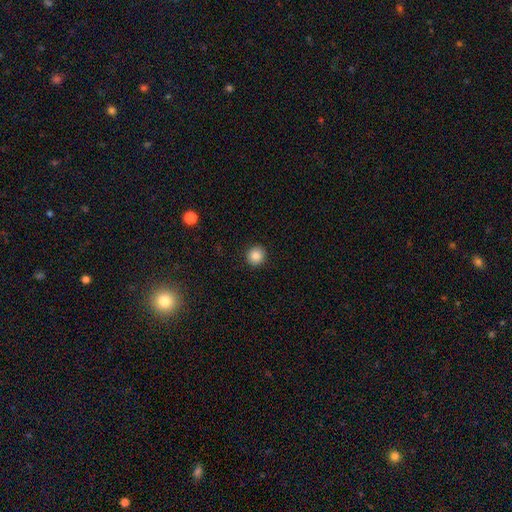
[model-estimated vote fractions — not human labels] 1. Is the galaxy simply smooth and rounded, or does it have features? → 87% smooth, 10% star or artifact, 4% featured or disk.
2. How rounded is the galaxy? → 93% round, 6% in between, 1% cigar-shaped.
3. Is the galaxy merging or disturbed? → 93% none, 5% minor disturbance, 2% major disturbance, 1% merger.